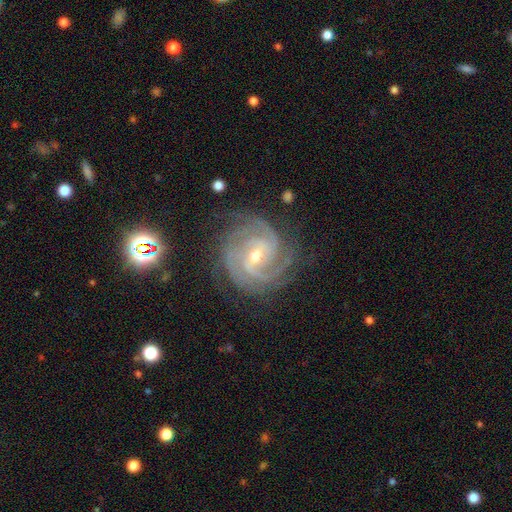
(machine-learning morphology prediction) smooth-or-featured: featured or disk: 91% | star or artifact: 5% | smooth: 3%
  disk-edge-on: no: 98% | yes: 2%
    bar: weak: 44% | no: 39% | strong: 18%
    has-spiral-arms: yes: 99% | no: 1%
      spiral-winding: tight: 69% | medium: 28% | loose: 3%
      spiral-arm-count: 3: 41% | 4: 20% | 2: 15% | can't tell: 12% | more than 4: 6% | 1: 6%
    bulge-size: small: 52% | moderate: 46% | large: 1% | none: 1% | dominant: 1%
  merging: none: 79% | minor disturbance: 15% | major disturbance: 5% | merger: 1%